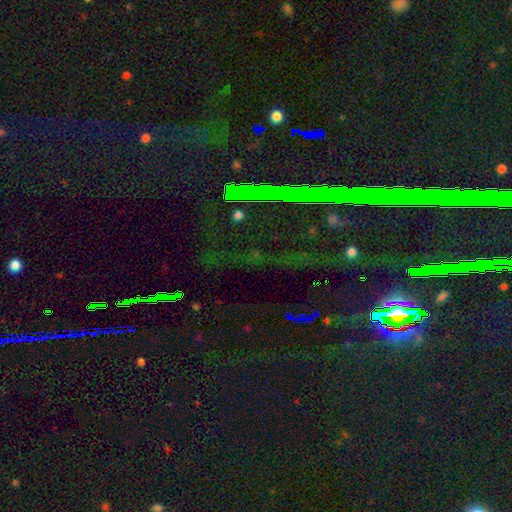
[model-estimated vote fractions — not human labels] This is likely a star or artifact rather than a galaxy (74%).